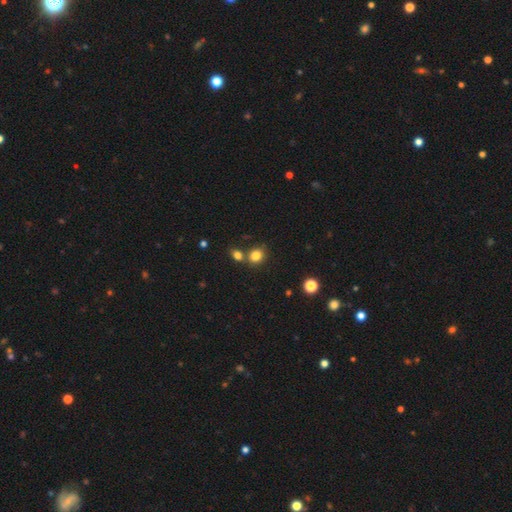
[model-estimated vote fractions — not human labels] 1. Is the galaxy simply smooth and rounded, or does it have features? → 82% smooth, 12% star or artifact, 6% featured or disk.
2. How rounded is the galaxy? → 65% round, 34% in between, 1% cigar-shaped.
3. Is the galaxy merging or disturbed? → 64% none, 22% merger, 11% minor disturbance, 4% major disturbance.